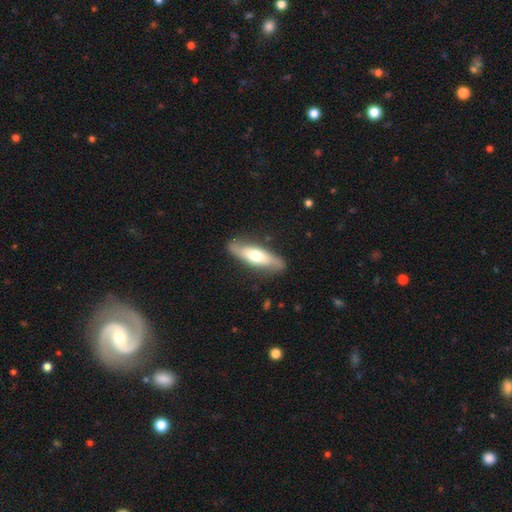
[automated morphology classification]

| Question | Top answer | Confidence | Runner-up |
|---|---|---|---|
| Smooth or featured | featured or disk | 48% | smooth (47%) |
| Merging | none | 81% | minor disturbance (14%) |